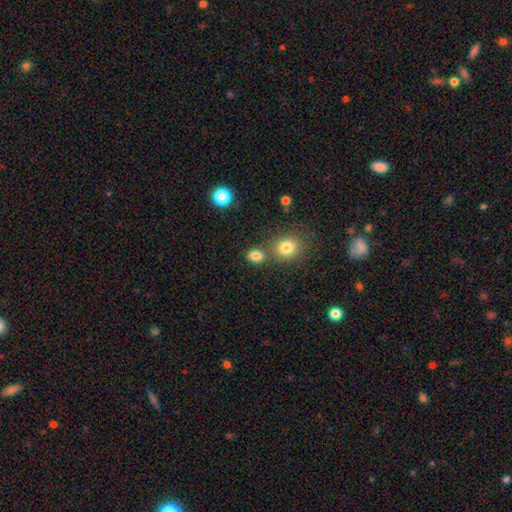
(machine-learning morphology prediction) type=smooth (82%); roundness=in between (57%); merging=none (65%).